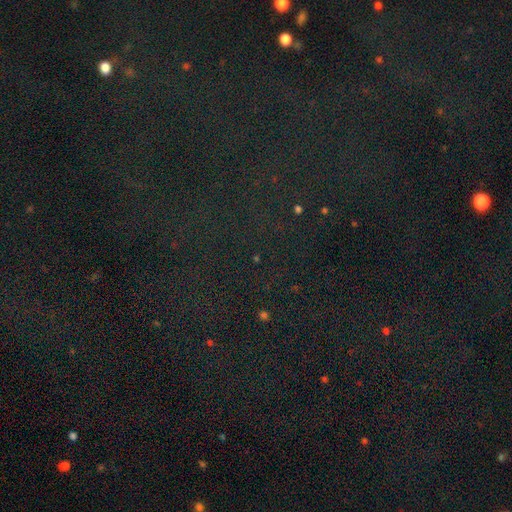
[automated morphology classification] This is clearly a star or artifact rather than a galaxy (83%).